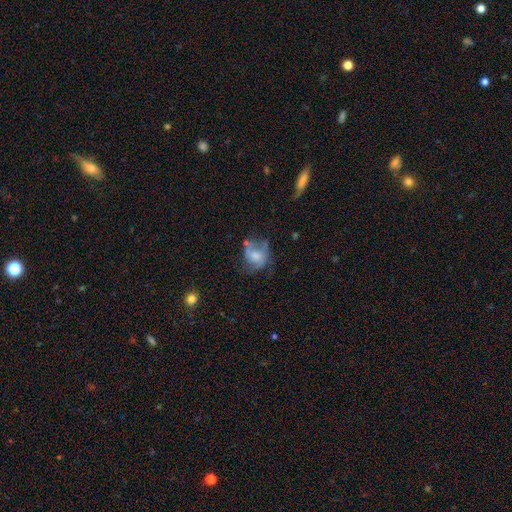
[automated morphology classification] This appears to be a featured or disk galaxy (46%). Merging: none (37%).